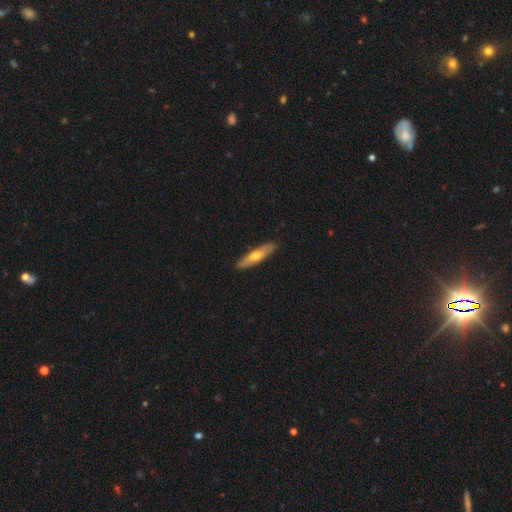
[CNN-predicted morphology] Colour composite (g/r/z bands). It shows a smooth galaxy with no disk features (55%) that is cigar-shaped (78%). Merging: none (90%).